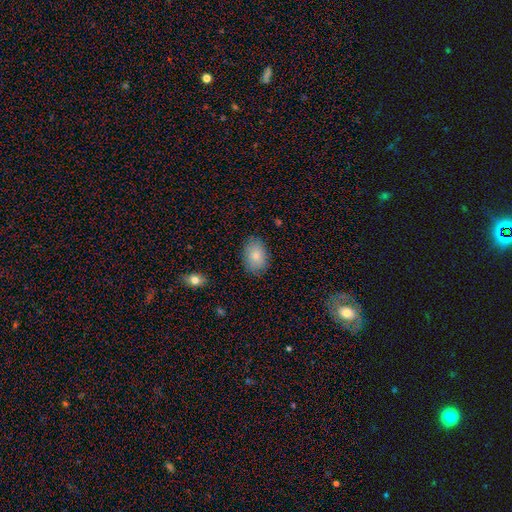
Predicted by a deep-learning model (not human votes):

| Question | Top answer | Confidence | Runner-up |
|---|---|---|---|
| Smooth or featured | smooth | 82% | featured or disk (11%) |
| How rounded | in between | 83% | round (16%) |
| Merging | none | 84% | minor disturbance (12%) |